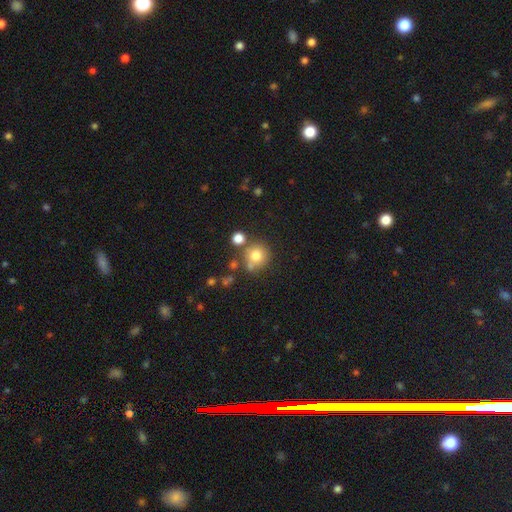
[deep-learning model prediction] Morphology: type=smooth (76%); roundness=round (89%); merging=none (62%).